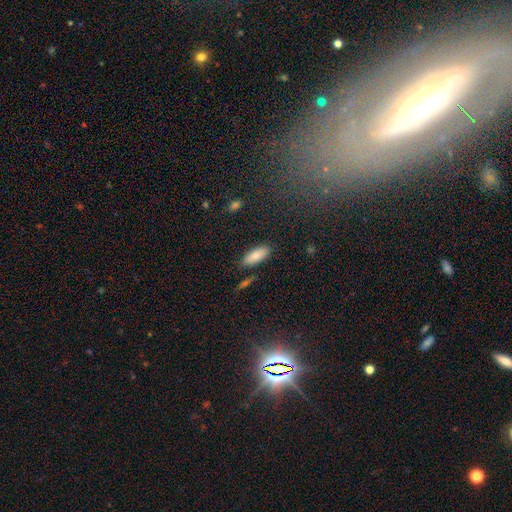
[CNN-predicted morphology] A smooth galaxy with no disk features (80%) that is in between round and cigar-shaped (81%).

Vote fractions:
- Smooth or featured? smooth: 80% / featured or disk: 12% / star or artifact: 7%
- How rounded? in between: 81% / cigar-shaped: 17% / round: 2%
- Merging? none: 82% / minor disturbance: 12% / merger: 4% / major disturbance: 3%